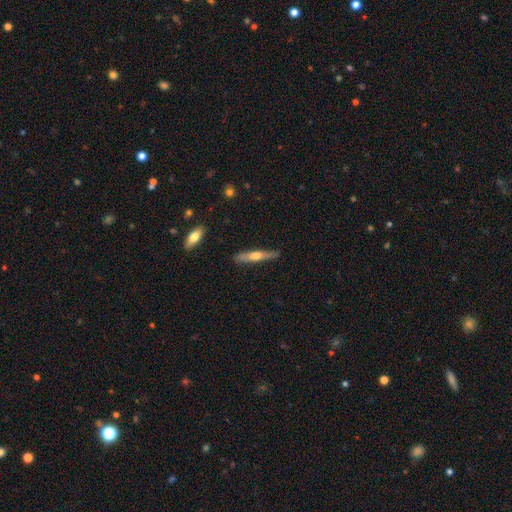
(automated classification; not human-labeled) smooth-or-featured: featured or disk: 50% | smooth: 44% | star or artifact: 6%
  merging: none: 84% | minor disturbance: 12% | major disturbance: 2% | merger: 2%